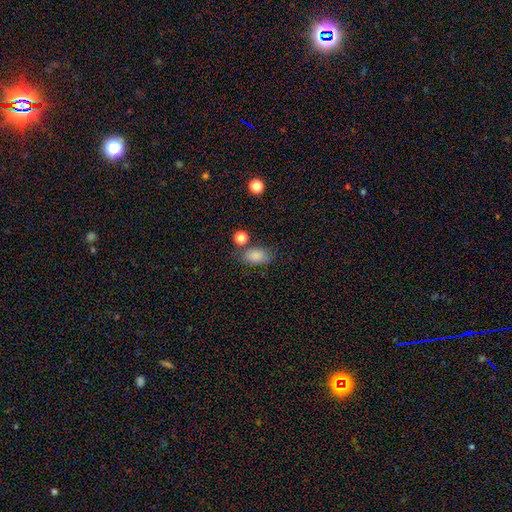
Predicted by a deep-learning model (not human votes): Overall: smooth (85%). How rounded: in between (85%). Merging: none (66%).